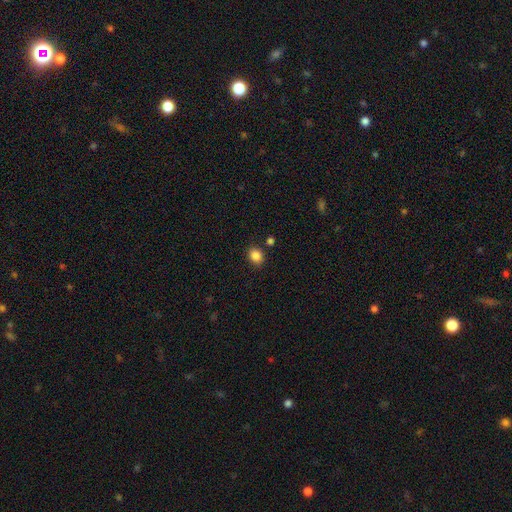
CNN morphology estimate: Q: Smooth or featured?
A: smooth (86%); runner-up: star or artifact (10%)
Q: How rounded?
A: round (51%); runner-up: in between (48%)
Q: Merging?
A: none (82%); runner-up: minor disturbance (11%)